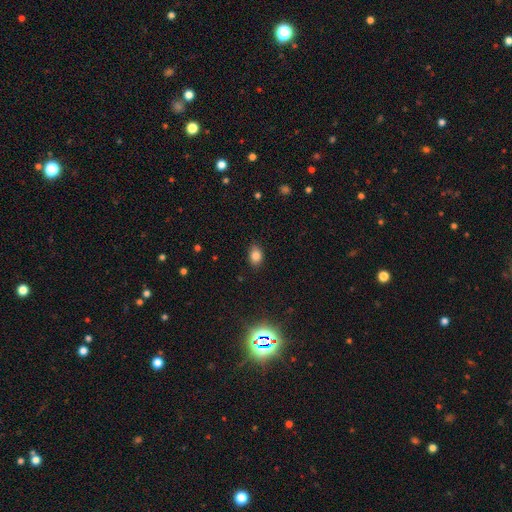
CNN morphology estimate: This appears to be a smooth galaxy with no disk features (81%) that is in between round and cigar-shaped (74%). Merging: none (83%).